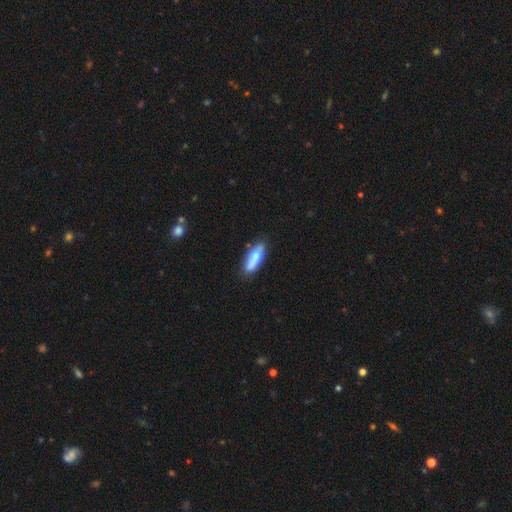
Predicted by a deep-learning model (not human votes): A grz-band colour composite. It shows a smooth galaxy with no disk features (64%) that is in between round and cigar-shaped (49%, tied with cigar-shaped). Merging: none (77%).